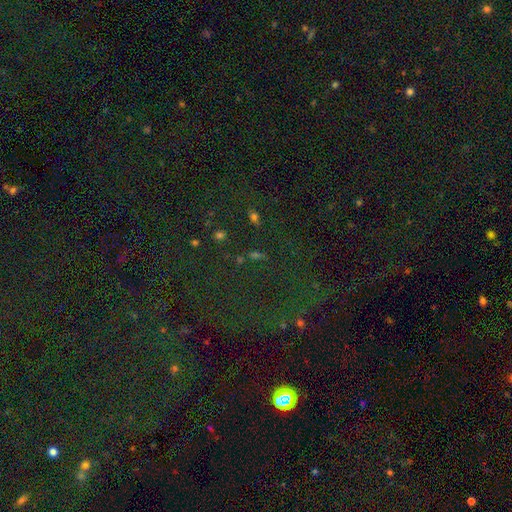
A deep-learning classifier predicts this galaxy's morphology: This appears to be a star or artifact, not a galaxy (57%).